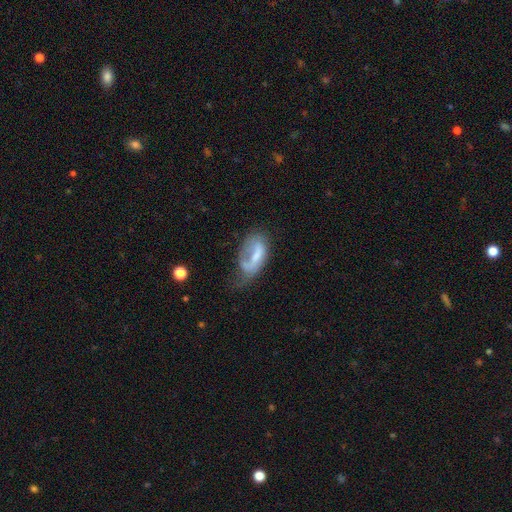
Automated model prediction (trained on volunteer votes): Overall: smooth (48%; featured or disk 44%). Merging: major disturbance (38%; minor disturbance 30%).